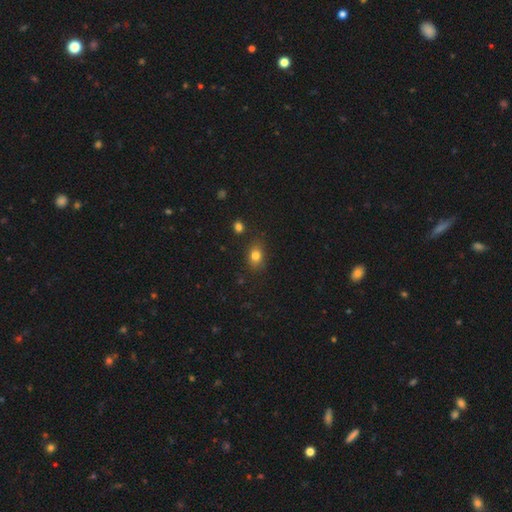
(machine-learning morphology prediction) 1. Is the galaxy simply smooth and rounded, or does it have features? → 80% smooth, 12% star or artifact, 8% featured or disk.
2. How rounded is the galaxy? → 66% in between, 33% round, 2% cigar-shaped.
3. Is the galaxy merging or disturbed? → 80% none, 14% minor disturbance, 3% merger, 3% major disturbance.